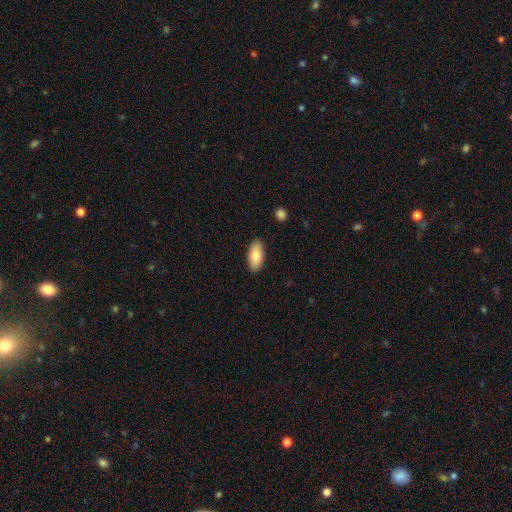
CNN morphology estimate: smooth 84%, featured or disk 10%, star or artifact 6%. Down the decision tree: how rounded — in between (89%); merging — none (89%).